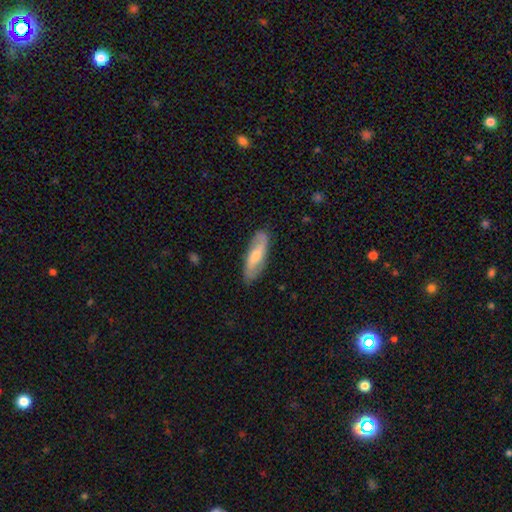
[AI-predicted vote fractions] Smooth or featured?
  - featured or disk: 53% *
  - smooth: 41%
  - star or artifact: 6%
Edge-on disk?
  - no: 78% *
  - yes: 22%
Merging?
  - none: 84% *
  - minor disturbance: 12%
  - major disturbance: 3%
  - merger: 1%